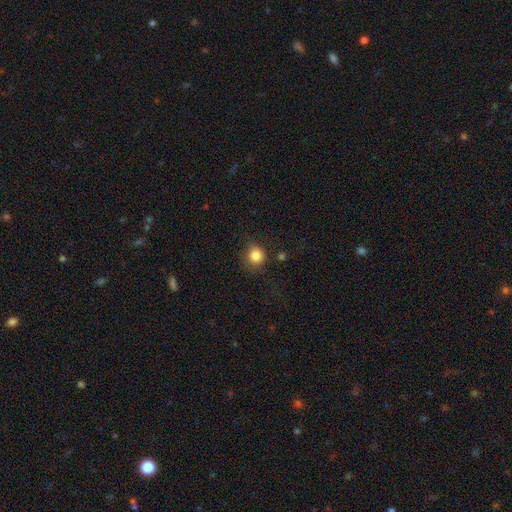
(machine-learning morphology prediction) Smooth or featured? smooth (83%)
How rounded? round (89%)
Merging? none (76%)